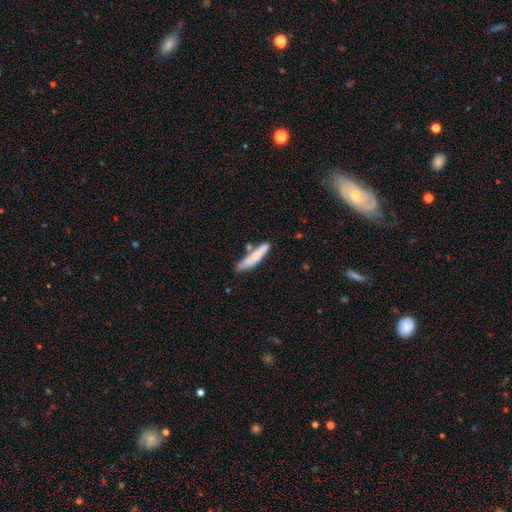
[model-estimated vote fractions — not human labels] This is likely a smooth galaxy (69%). How rounded: clearly cigar-shaped (83%). Merging: possibly none (60%).